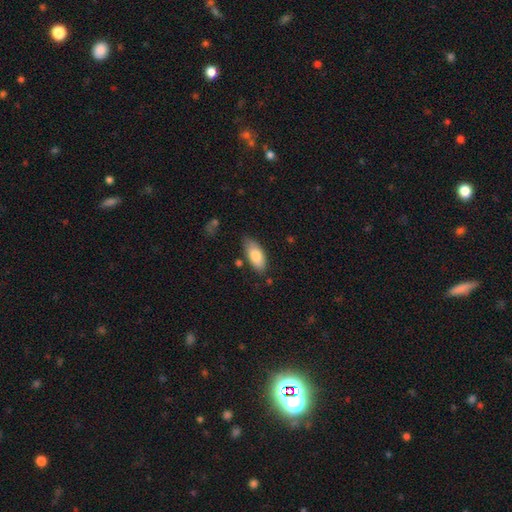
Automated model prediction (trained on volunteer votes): Smooth or featured? Predicted: smooth (p=0.80). How rounded? Predicted: in between (p=0.87). Merging? Predicted: none (p=0.75).